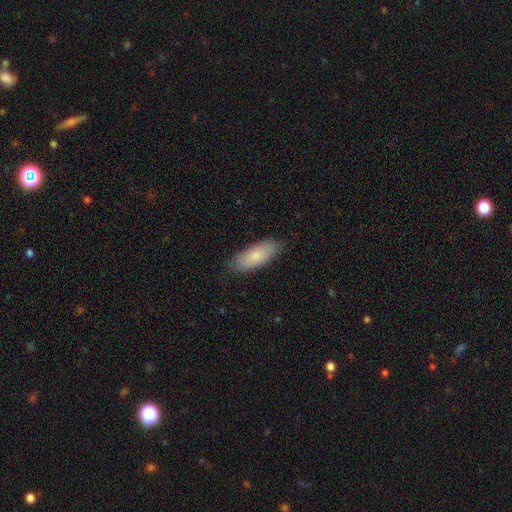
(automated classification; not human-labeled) Smooth or featured: smooth — 81% (featured or disk — 14%)
How rounded: in between — 71% (cigar-shaped — 27%)
Merging: none — 85% (minor disturbance — 12%)